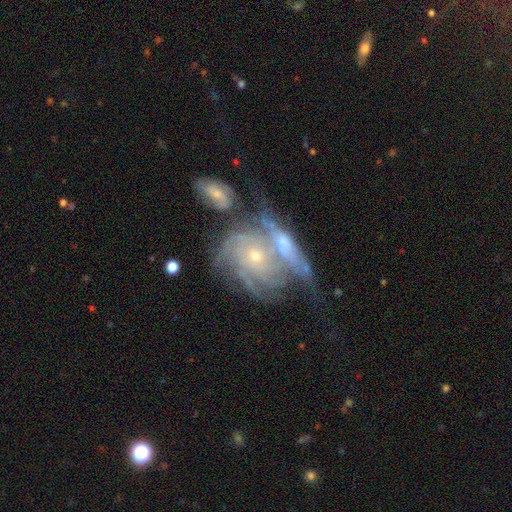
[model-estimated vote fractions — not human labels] The model was most divided on "merging": merger: 46%, none: 31%, minor disturbance: 13%, major disturbance: 10%. Remaining: edge-on disk — no (95%); spiral arms — yes (94%); smooth or featured — featured or disk (85%); bar — no (75%); bulge size — small (70%); spiral winding — tight (66%); spiral arm count — can't tell (36%).